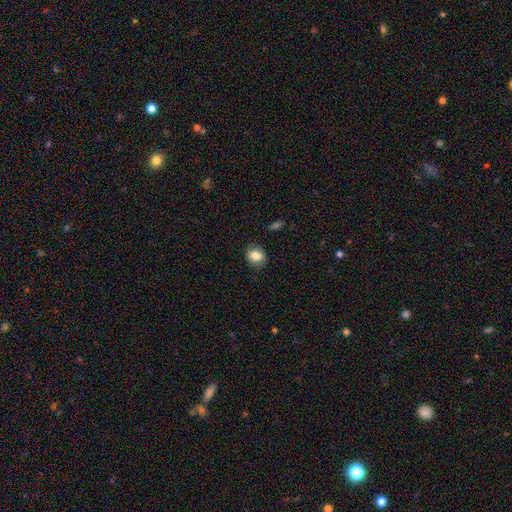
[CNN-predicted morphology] type=smooth (81%); roundness=round (63%); merging=none (85%).